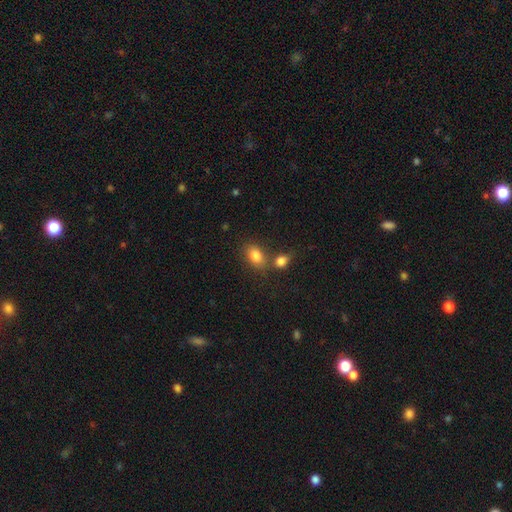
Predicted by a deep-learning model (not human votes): The model was most divided on "merging": none: 57%, merger: 28%, minor disturbance: 11%, major disturbance: 4%. More confident: smooth or featured — smooth (83%); how rounded — in between (77%).